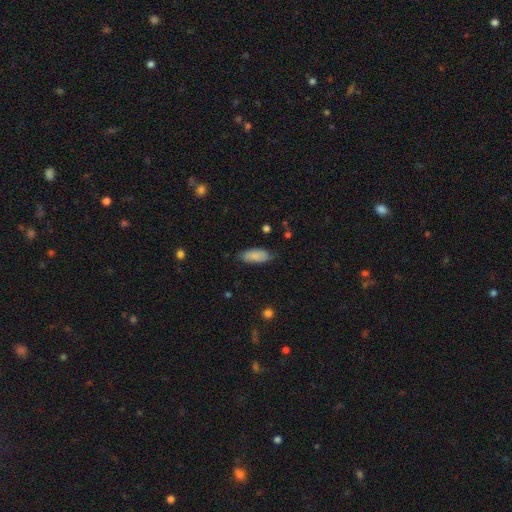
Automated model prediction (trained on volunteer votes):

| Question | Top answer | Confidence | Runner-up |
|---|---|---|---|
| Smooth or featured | smooth | 83% | featured or disk (11%) |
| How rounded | in between | 85% | cigar-shaped (13%) |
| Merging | none | 75% | minor disturbance (20%) |